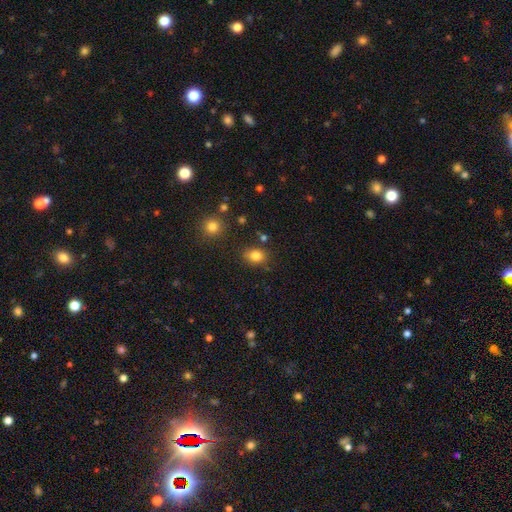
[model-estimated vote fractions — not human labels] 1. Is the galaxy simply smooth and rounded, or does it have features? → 83% smooth, 11% star or artifact, 6% featured or disk.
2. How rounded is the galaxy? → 52% in between, 47% round, 1% cigar-shaped.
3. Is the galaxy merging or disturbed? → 78% none, 14% minor disturbance, 4% merger, 4% major disturbance.